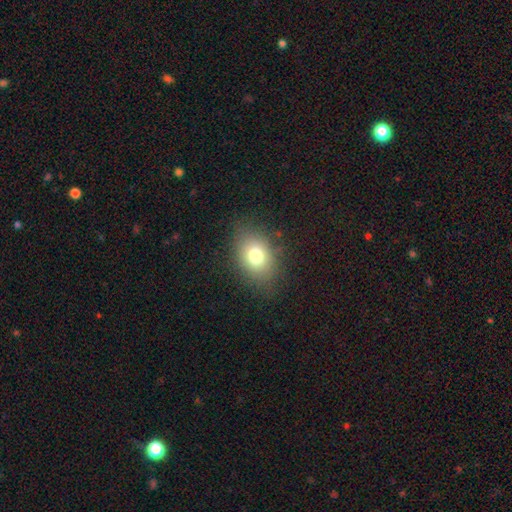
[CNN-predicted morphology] A smooth galaxy with no disk features (75%) that is in between round and cigar-shaped (68%). Merging: none (80%).